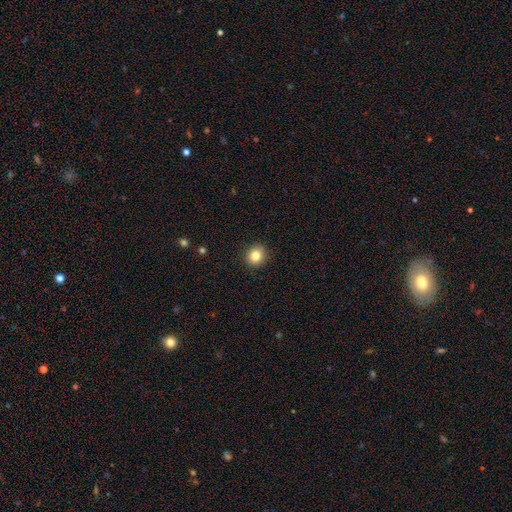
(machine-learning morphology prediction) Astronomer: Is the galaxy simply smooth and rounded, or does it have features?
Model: smooth — 83%.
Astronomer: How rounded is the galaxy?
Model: round — 81%.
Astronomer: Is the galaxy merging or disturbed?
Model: none — 91%.